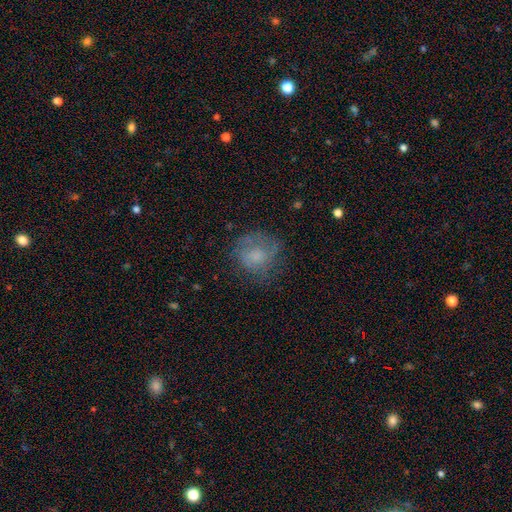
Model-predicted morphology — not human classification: Smooth or featured? Predicted: smooth (p=0.56). How rounded? Predicted: round (p=0.76). Merging? Predicted: none (p=0.61).